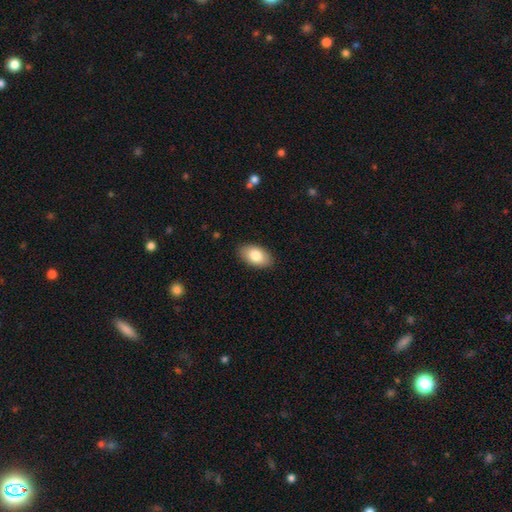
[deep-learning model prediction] smooth_or_featured: smooth (p=0.83) [alt: featured or disk p=0.11]
how_rounded: in between (p=0.94) [alt: round p=0.04]
merging: none (p=0.88) [alt: minor disturbance p=0.09]